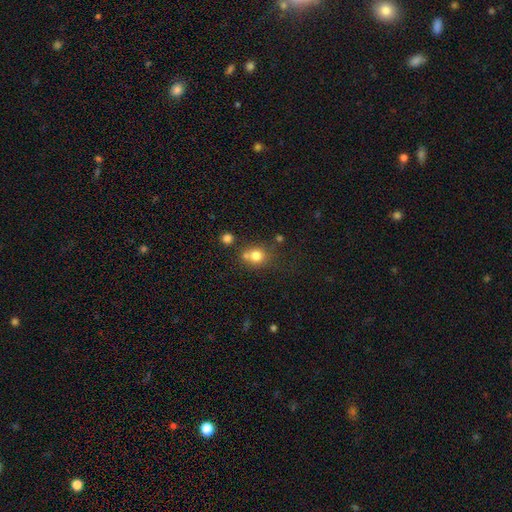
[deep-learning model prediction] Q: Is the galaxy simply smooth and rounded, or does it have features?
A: smooth — 78%.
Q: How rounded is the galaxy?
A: round — 79%.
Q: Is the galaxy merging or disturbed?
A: none — 54%.